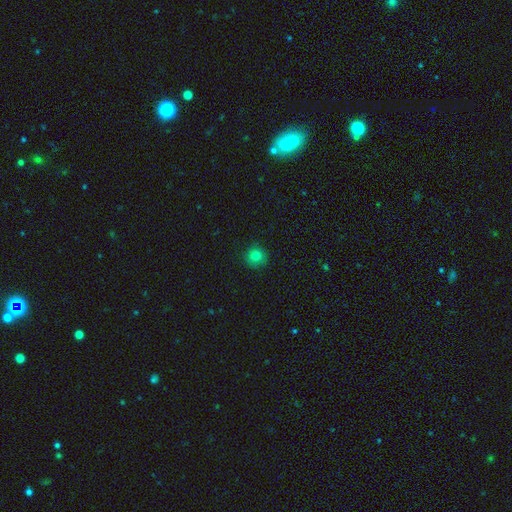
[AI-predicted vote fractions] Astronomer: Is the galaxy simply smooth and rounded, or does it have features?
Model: smooth — 79%.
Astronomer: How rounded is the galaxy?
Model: round — 92%.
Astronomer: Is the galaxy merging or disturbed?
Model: none — 88%.